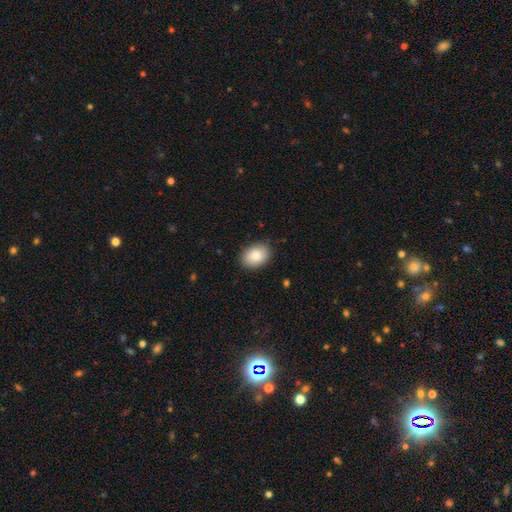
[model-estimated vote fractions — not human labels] smooth 86%, star or artifact 7%, featured or disk 7%. Down the decision tree: how rounded — in between (77%); merging — none (87%).